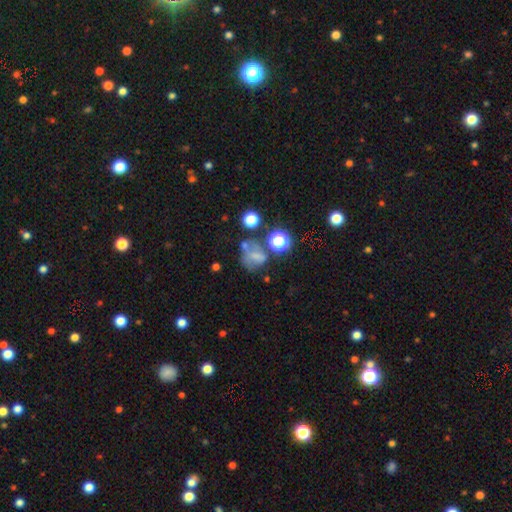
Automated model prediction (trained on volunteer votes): Q: Smooth or featured?
A: smooth (47%); runner-up: featured or disk (29%)
Q: Merging?
A: none (38%); runner-up: major disturbance (23%)